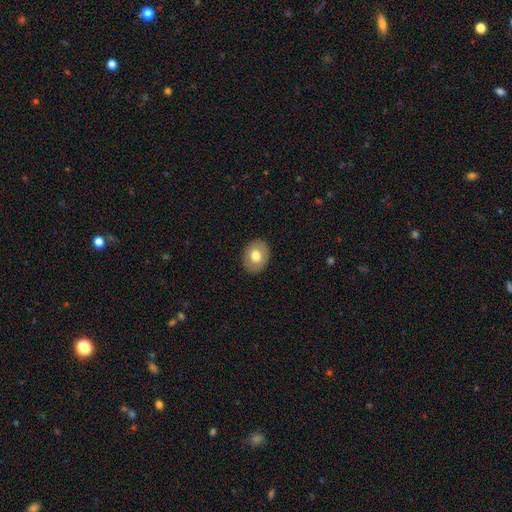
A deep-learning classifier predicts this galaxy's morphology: smooth_or_featured: smooth (p=0.73) [alt: featured or disk p=0.20]
how_rounded: in between (p=0.53) [alt: round p=0.46]
merging: none (p=0.89) [alt: minor disturbance p=0.08]